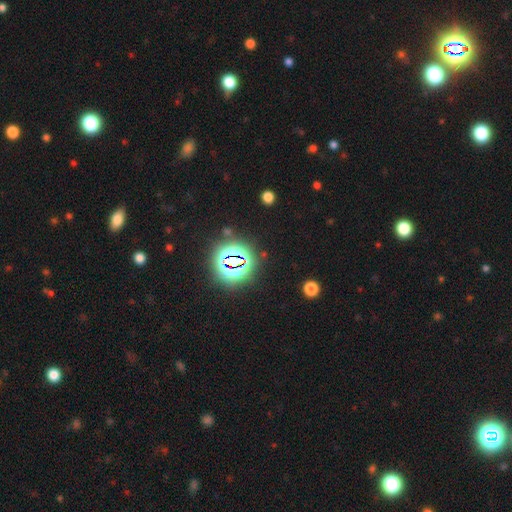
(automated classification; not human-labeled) A star or artifact, not a galaxy (81%).